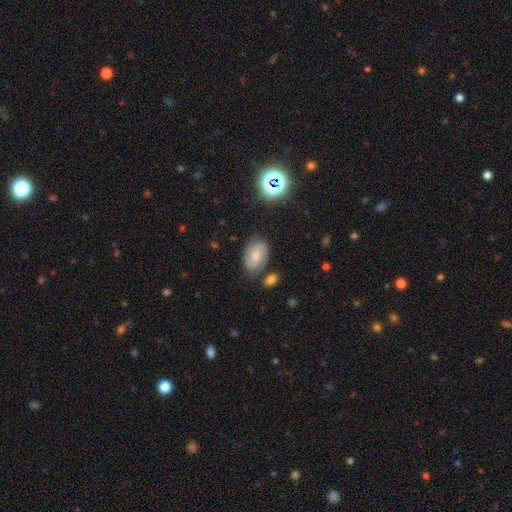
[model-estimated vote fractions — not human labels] Smooth or featured: featured or disk — 46% (smooth — 43%)
Merging: none — 73% (minor disturbance — 17%)